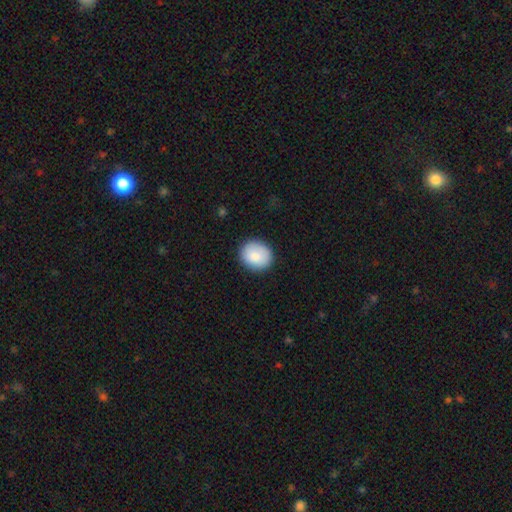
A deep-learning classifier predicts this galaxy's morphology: This appears to be a smooth galaxy with no disk features (85%) that is round (72%). Merging: none (86%).